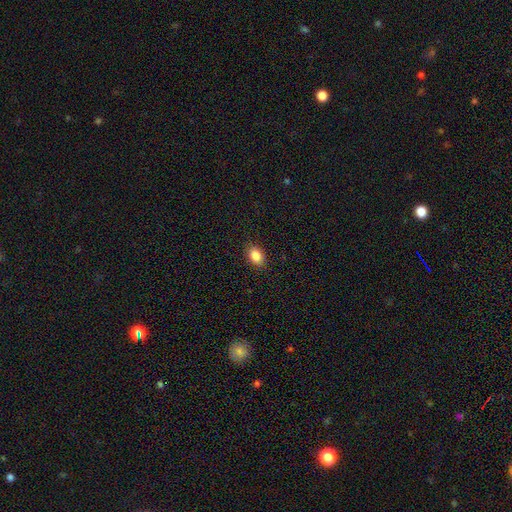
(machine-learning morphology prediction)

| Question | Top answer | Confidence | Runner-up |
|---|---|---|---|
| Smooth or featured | smooth | 87% | star or artifact (9%) |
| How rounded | in between | 82% | round (17%) |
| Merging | none | 88% | minor disturbance (9%) |